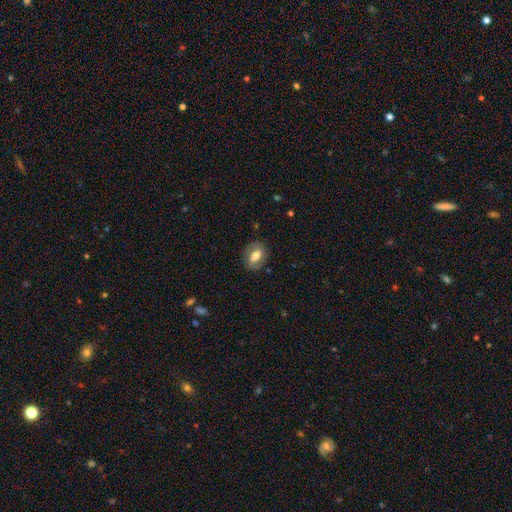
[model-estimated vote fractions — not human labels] A smooth galaxy with no disk features (61%) that is in between round and cigar-shaped (76%).

Vote fractions:
- Smooth or featured? smooth: 61% / featured or disk: 31% / star or artifact: 8%
- How rounded? in between: 76% / round: 22% / cigar-shaped: 2%
- Merging? none: 80% / minor disturbance: 14% / major disturbance: 5% / merger: 1%